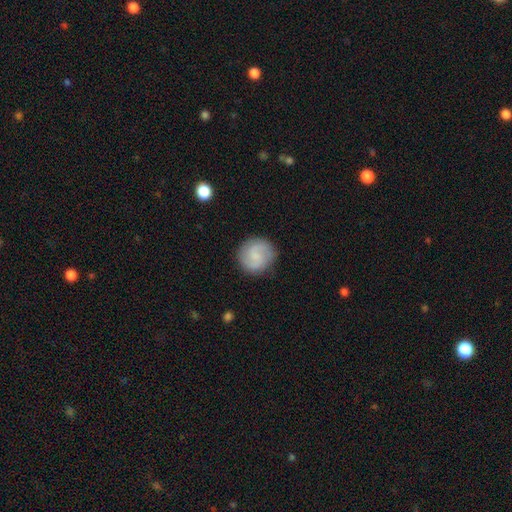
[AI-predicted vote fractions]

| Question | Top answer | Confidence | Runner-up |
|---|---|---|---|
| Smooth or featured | featured or disk | 49% | smooth (44%) |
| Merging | none | 84% | minor disturbance (11%) |